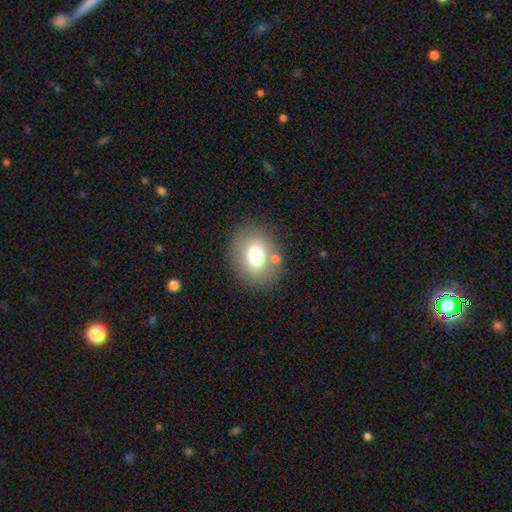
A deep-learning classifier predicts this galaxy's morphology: A smooth galaxy with no disk features (69%) that is round (60%).

Vote fractions:
- Smooth or featured? smooth: 69% / featured or disk: 18% / star or artifact: 12%
- How rounded? round: 60% / in between: 39% / cigar-shaped: 1%
- Merging? none: 77% / minor disturbance: 12% / merger: 7% / major disturbance: 5%